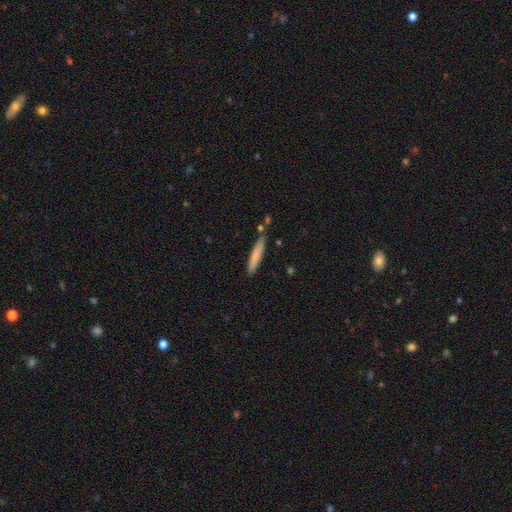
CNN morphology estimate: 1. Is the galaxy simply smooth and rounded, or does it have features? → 77% smooth, 17% featured or disk, 6% star or artifact.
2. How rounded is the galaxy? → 93% cigar-shaped, 6% in between, 1% round.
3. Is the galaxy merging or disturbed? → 79% none, 13% minor disturbance, 5% merger, 2% major disturbance.